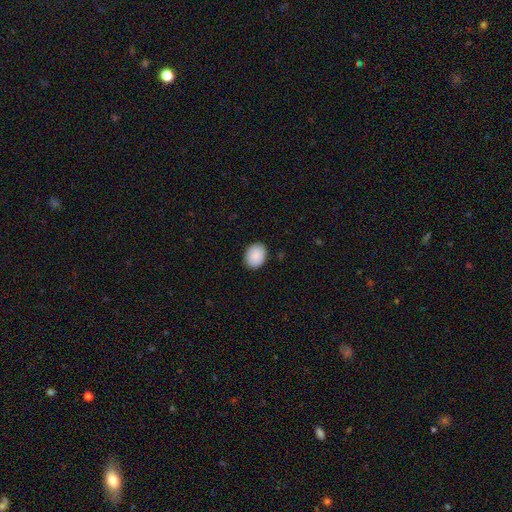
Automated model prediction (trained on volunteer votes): Overall: smooth (90%). How rounded: in between (59%; round 41%). Merging: none (88%).